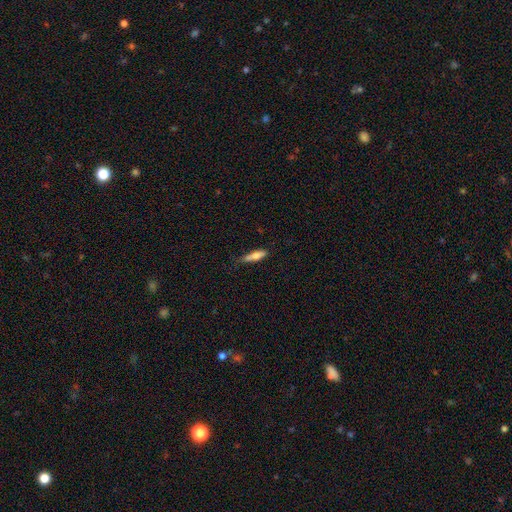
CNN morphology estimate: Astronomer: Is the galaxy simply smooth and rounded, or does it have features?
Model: smooth — 70%.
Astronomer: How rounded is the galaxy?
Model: cigar-shaped — 69%.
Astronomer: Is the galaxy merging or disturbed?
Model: none — 59%.